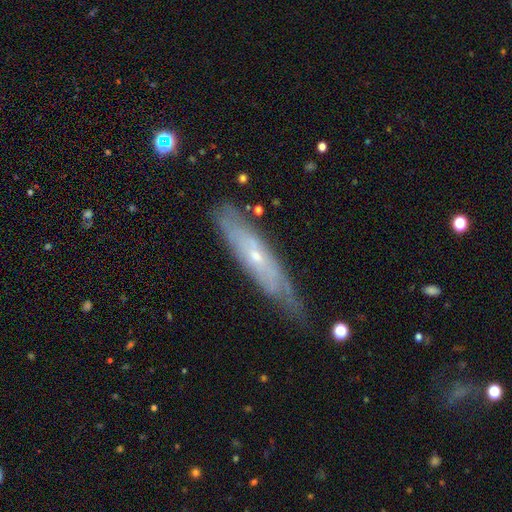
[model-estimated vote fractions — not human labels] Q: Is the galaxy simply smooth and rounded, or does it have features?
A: featured or disk — 69%.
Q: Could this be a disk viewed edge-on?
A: no — 53%.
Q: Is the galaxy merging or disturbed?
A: none — 67%.